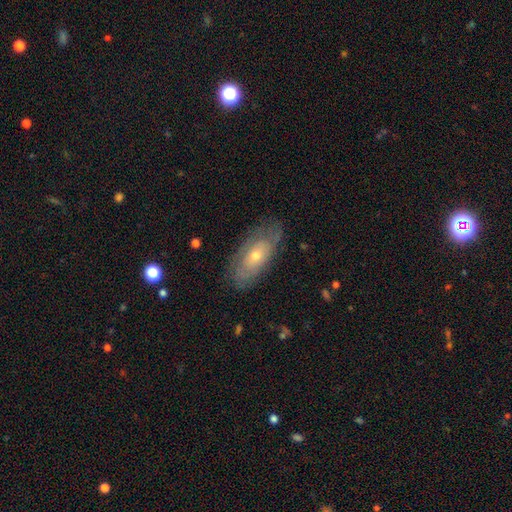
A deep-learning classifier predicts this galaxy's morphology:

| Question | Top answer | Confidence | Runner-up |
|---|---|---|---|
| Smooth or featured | featured or disk | 53% | smooth (40%) |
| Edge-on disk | no | 84% | yes (16%) |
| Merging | none | 73% | minor disturbance (19%) |